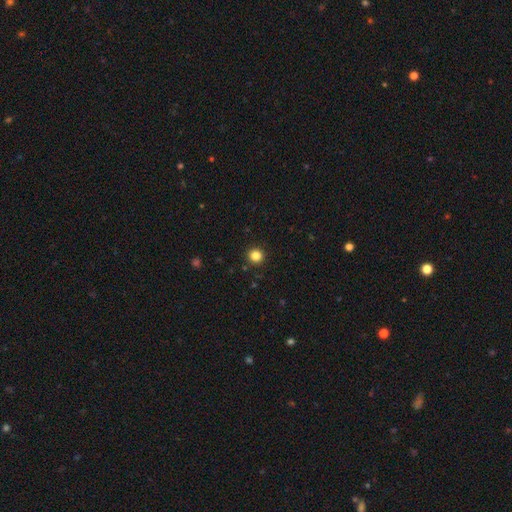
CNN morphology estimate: This is clearly a smooth galaxy (84%). How rounded: clearly round (95%). Merging: clearly none (93%).